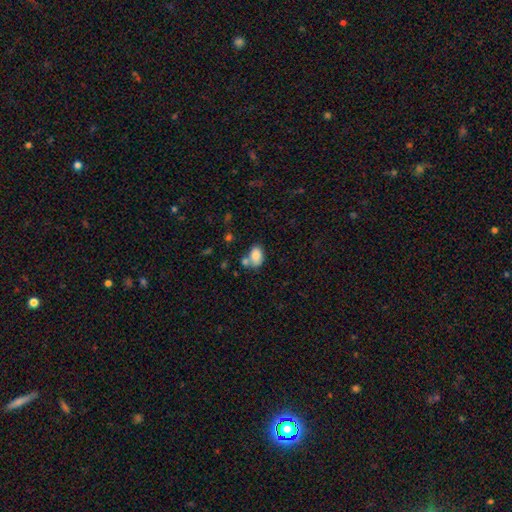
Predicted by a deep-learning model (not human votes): Q: Smooth or featured?
A: smooth (82%); runner-up: featured or disk (10%)
Q: How rounded?
A: in between (86%); runner-up: round (12%)
Q: Merging?
A: none (47%); runner-up: merger (31%)